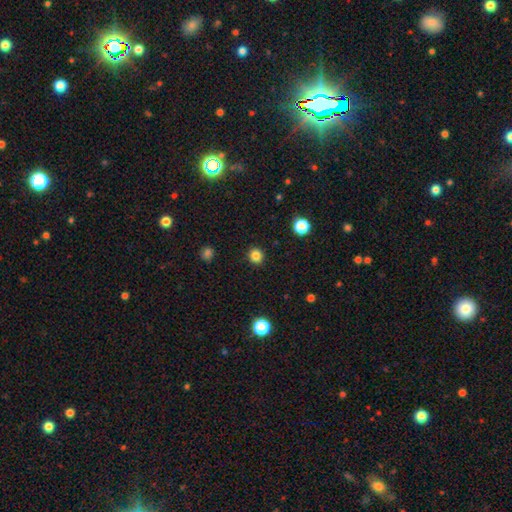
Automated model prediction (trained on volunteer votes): This is clearly a smooth galaxy (84%). How rounded: clearly round (90%). Merging: clearly none (92%).